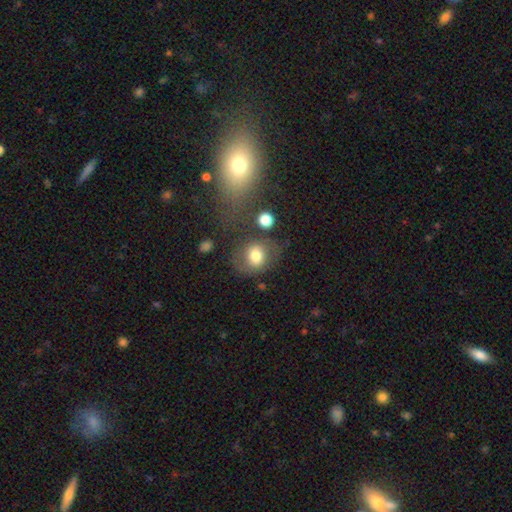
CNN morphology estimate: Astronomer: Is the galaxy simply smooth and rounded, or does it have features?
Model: smooth — 73%.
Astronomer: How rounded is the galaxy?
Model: round — 60% (runner-up: in between, 38%).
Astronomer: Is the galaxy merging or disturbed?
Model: none — 61%.